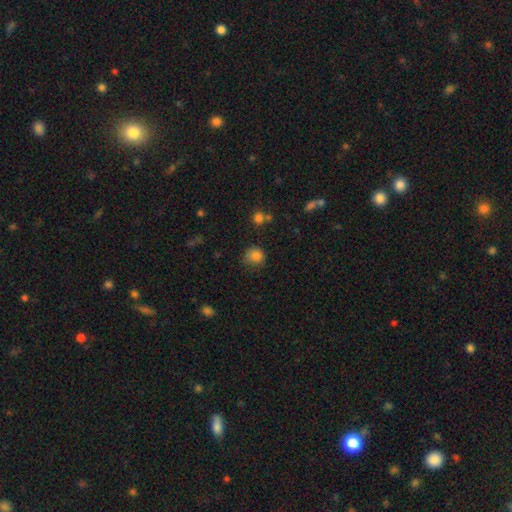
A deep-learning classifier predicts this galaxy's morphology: Smooth or featured: smooth — 83% (star or artifact — 12%)
How rounded: round — 83% (in between — 16%)
Merging: none — 70% (minor disturbance — 21%)